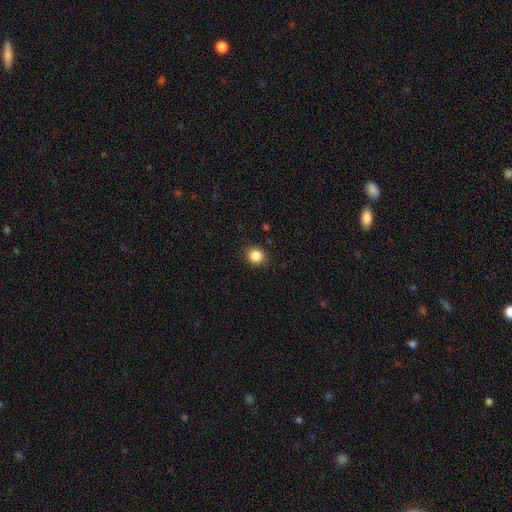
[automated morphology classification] A smooth galaxy with no disk features (86%) that is round (86%). Merging: none (90%).